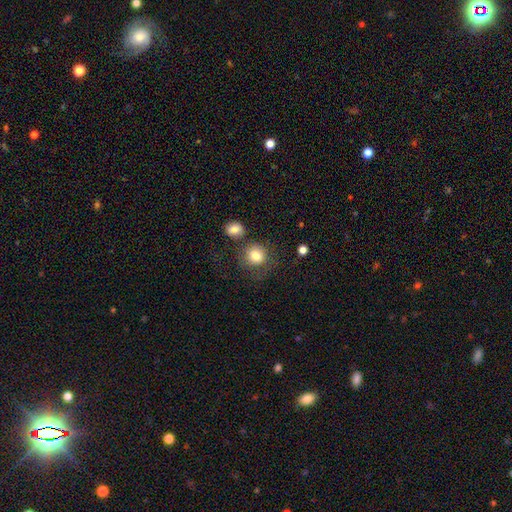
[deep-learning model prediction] smooth-or-featured: smooth: 81% | featured or disk: 10% | star or artifact: 9%
  how-rounded: round: 83% | in between: 16% | cigar-shaped: 1%
  merging: none: 56% | minor disturbance: 17% | merger: 15% | major disturbance: 12%